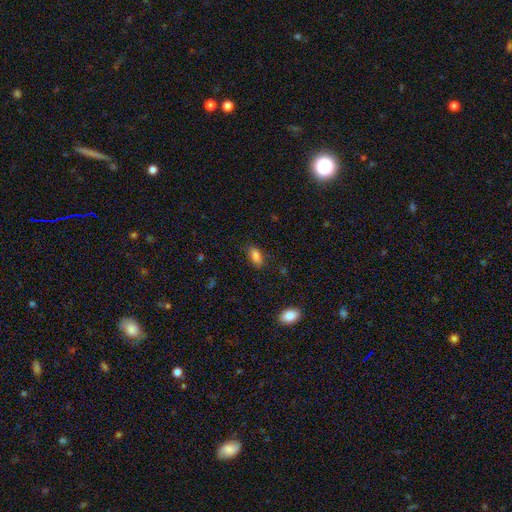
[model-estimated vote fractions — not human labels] Smooth or featured? Predicted: smooth (p=0.85). How rounded? Predicted: in between (p=0.89). Merging? Predicted: none (p=0.80).